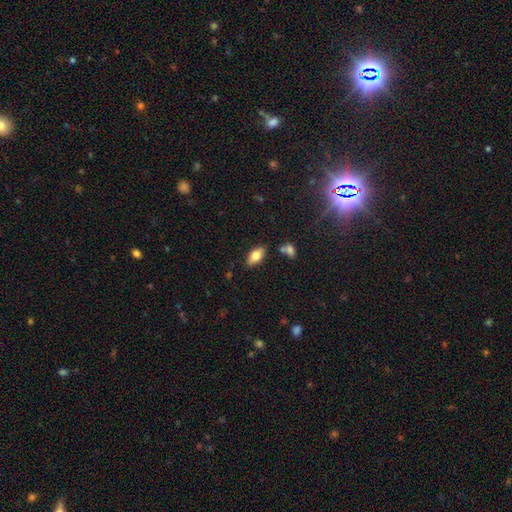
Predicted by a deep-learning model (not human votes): Overall: smooth (74%). How rounded: in between (89%). Merging: none (81%).